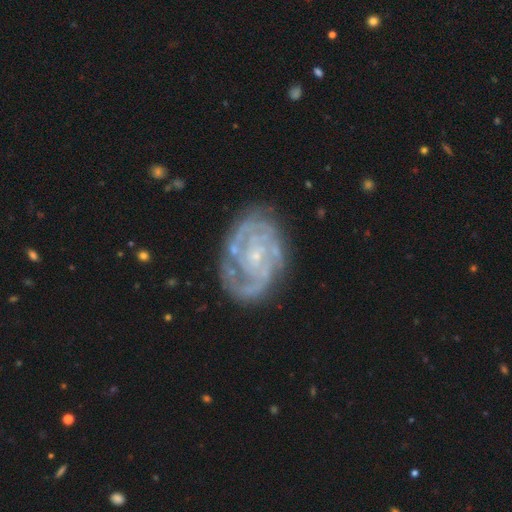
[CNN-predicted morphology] smooth_or_featured: featured or disk (p=0.88) [alt: smooth p=0.07]
disk_edge_on: no (p=0.97) [alt: yes p=0.03]
bar: no (p=0.70) [alt: weak p=0.23]
has_spiral_arms: yes (p=0.96) [alt: no p=0.04]
spiral_winding: tight (p=0.69) [alt: medium p=0.26]
spiral_arm_count: 2 (p=0.36) [alt: can't tell p=0.23]
bulge_size: small (p=0.82) [alt: moderate p=0.12]
merging: none (p=0.72) [alt: minor disturbance p=0.19]